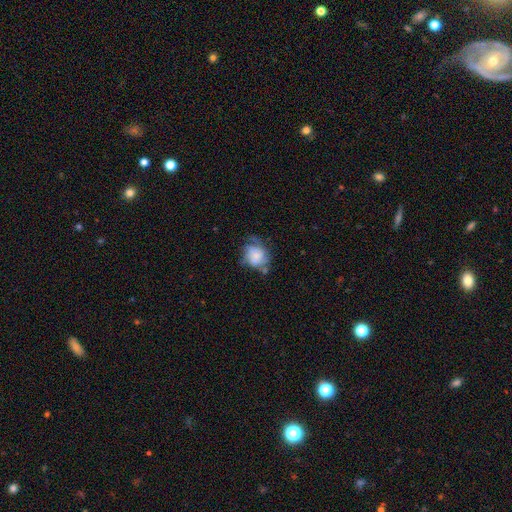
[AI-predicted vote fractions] This is possibly a smooth galaxy (47%). Merging: marginally none (40%).